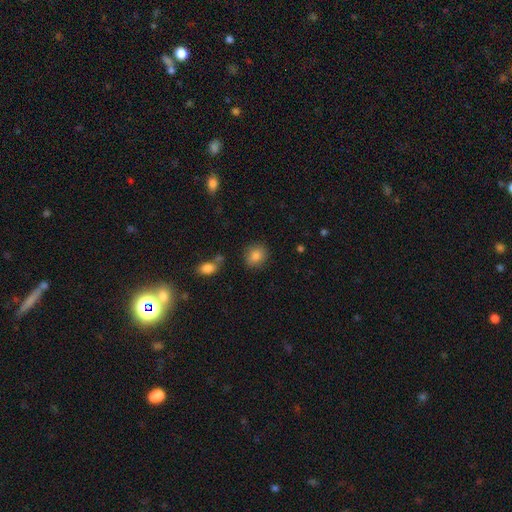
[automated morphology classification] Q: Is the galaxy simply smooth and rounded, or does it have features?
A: smooth — 85%.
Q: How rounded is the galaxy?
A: round — 73%.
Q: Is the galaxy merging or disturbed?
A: none — 84%.